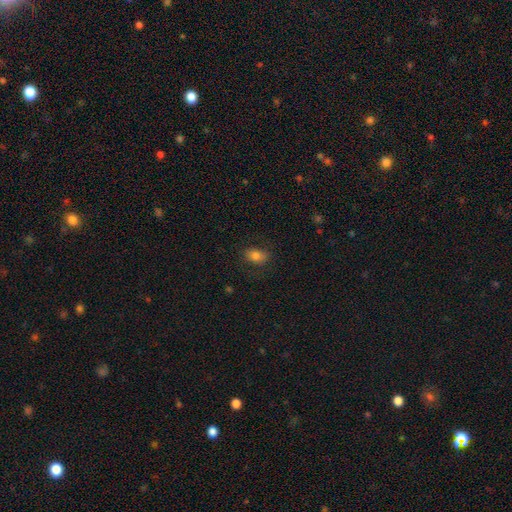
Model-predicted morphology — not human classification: Smooth or featured? smooth (80%)
How rounded? in between (81%)
Merging? none (81%)